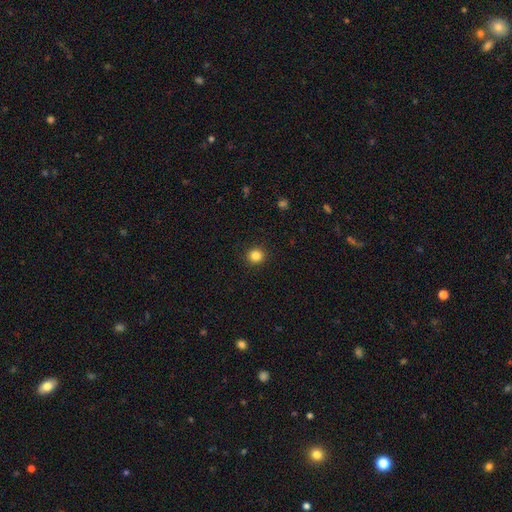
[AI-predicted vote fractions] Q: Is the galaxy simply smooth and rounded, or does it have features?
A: smooth — 84%.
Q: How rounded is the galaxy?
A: round — 92%.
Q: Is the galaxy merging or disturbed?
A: none — 92%.